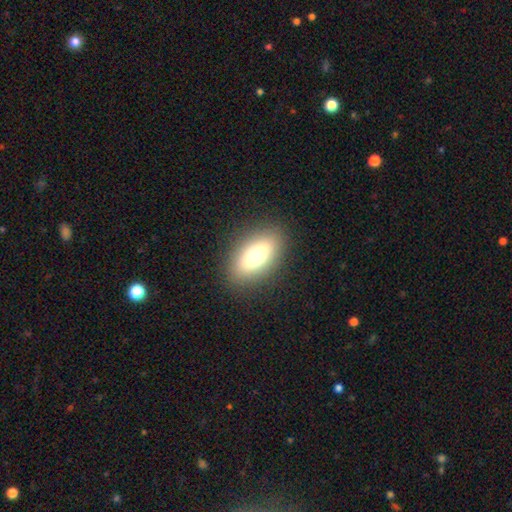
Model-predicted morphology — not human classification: Smooth or featured? smooth (73%)
How rounded? in between (84%)
Merging? none (88%)